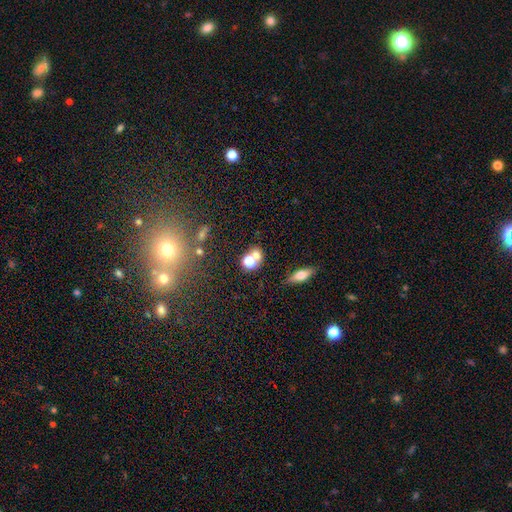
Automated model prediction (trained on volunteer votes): Smooth or featured? smooth (64%)
How rounded? round (66%)
Merging? none (54%)